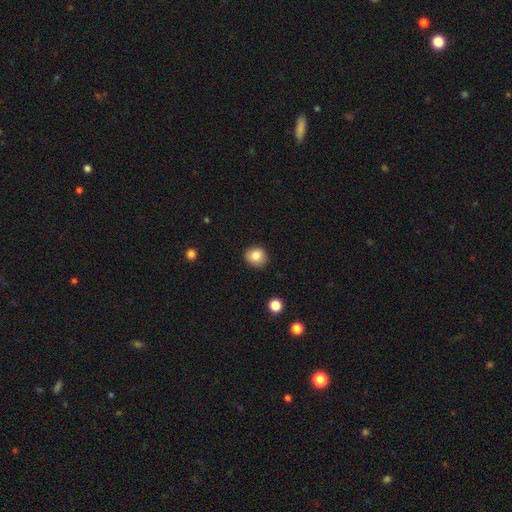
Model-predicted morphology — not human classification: A smooth galaxy with no disk features (84%) that is round (81%). Merging: none (89%).